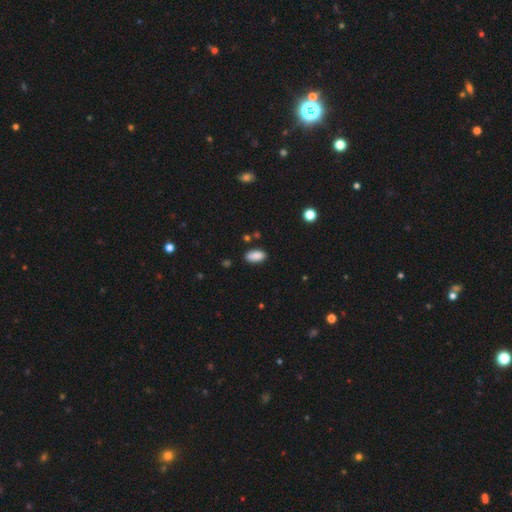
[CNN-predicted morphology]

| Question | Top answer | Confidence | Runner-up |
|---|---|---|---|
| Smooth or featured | smooth | 89% | star or artifact (7%) |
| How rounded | in between | 90% | cigar-shaped (8%) |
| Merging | none | 86% | minor disturbance (10%) |